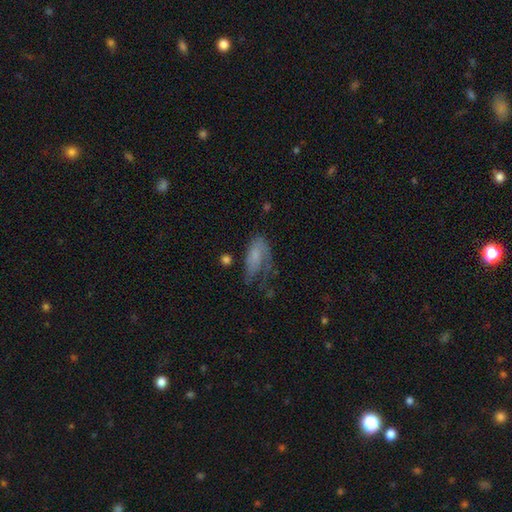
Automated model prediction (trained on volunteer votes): Morphology: type=smooth (54%); roundness=in between (86%); merging=major disturbance (40%).